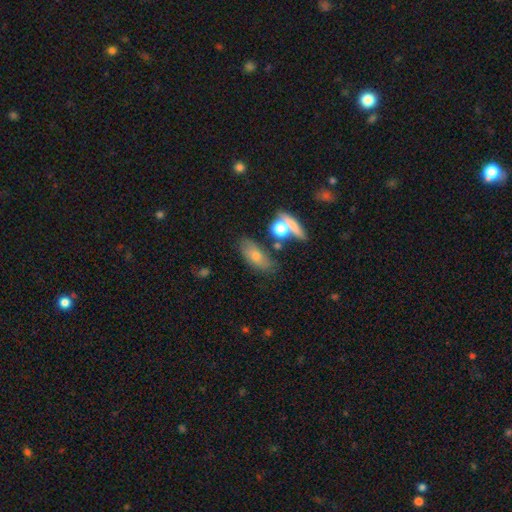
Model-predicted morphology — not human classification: Smooth or featured? Predicted: smooth (p=0.61). How rounded? Predicted: in between (p=0.76). Merging? Predicted: none (p=0.66).